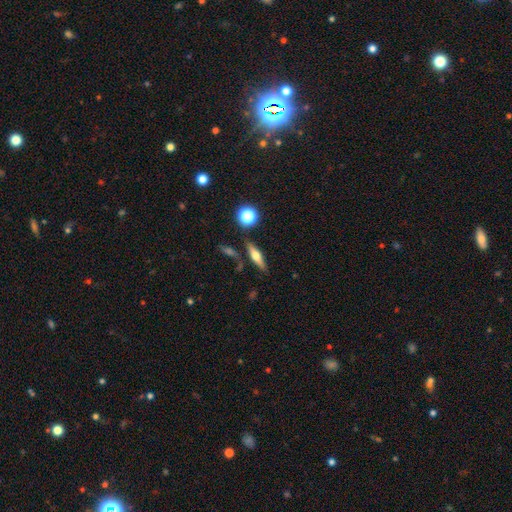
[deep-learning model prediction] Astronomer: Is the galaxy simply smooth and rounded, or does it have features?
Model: featured or disk — 49% (runner-up: smooth, 41%).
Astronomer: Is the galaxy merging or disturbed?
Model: none — 80%.